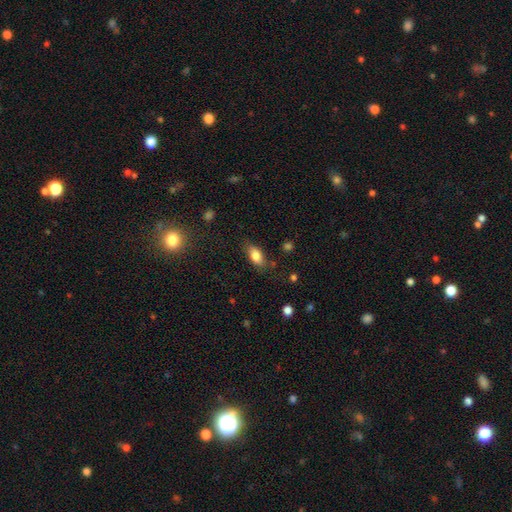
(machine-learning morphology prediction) This is clearly a smooth galaxy (82%). How rounded: clearly in between (87%). Merging: likely none (74%).